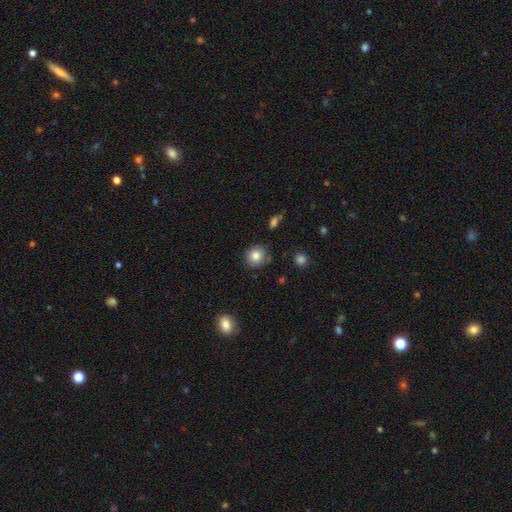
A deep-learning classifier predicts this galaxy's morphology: This is clearly a smooth galaxy (83%). How rounded: clearly round (84%). Merging: clearly none (82%).